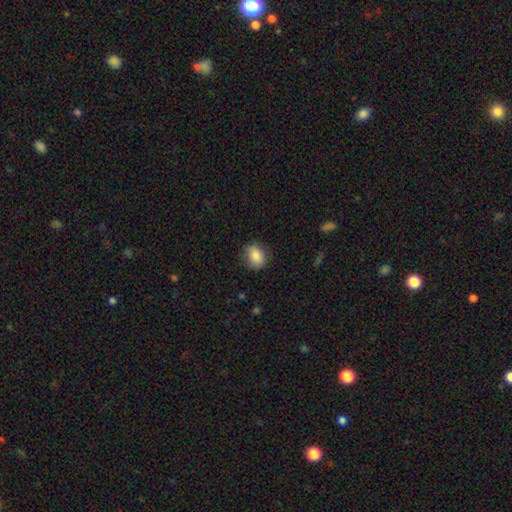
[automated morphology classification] Smooth or featured?
  - smooth: 85% *
  - star or artifact: 8%
  - featured or disk: 7%
How rounded?
  - in between: 57% *
  - round: 41%
  - cigar-shaped: 1%
Merging?
  - none: 82% *
  - minor disturbance: 14%
  - major disturbance: 3%
  - merger: 1%